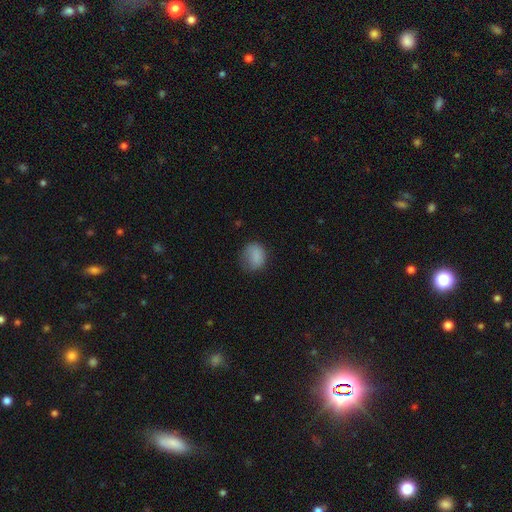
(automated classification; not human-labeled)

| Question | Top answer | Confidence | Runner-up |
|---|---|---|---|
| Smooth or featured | smooth | 83% | star or artifact (9%) |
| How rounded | round | 60% | in between (39%) |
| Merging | none | 61% | minor disturbance (26%) |